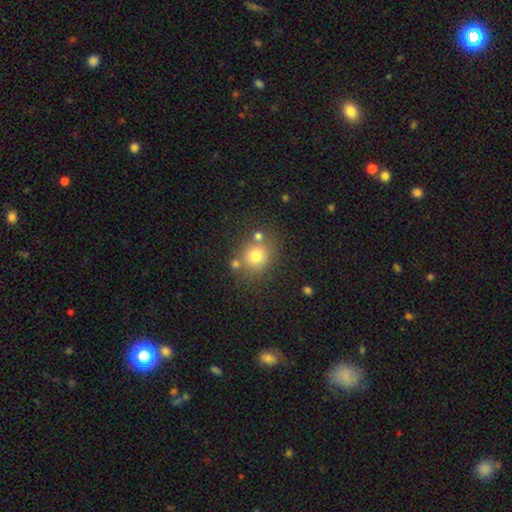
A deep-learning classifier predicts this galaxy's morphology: A smooth galaxy with no disk features (74%) that is round (76%). Merging: none (68%).